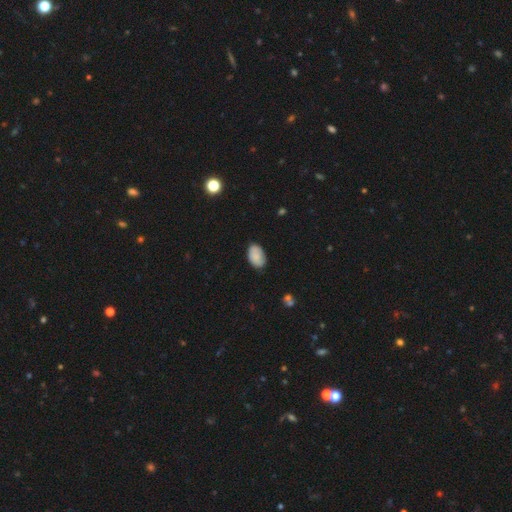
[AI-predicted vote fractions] This appears to be a smooth galaxy with no disk features (86%) that is in between round and cigar-shaped (92%). Merging: none (80%).